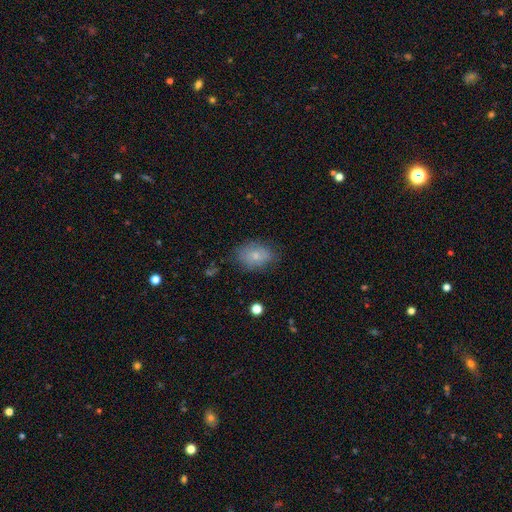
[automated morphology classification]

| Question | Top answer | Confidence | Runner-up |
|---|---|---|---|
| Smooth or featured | smooth | 73% | featured or disk (18%) |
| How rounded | in between | 78% | round (21%) |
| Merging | none | 74% | minor disturbance (19%) |